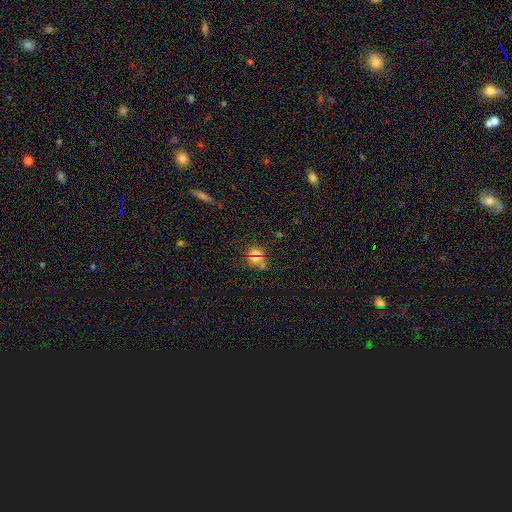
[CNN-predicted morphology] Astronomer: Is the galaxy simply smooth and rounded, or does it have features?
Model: smooth — 46% (runner-up: star or artifact, 43%).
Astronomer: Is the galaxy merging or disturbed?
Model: none — 73%.